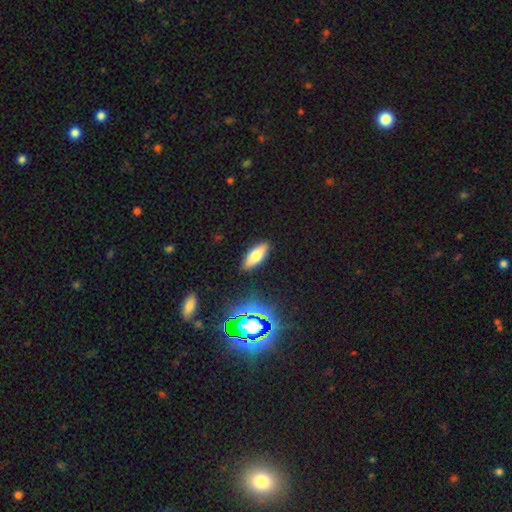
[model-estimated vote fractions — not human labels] Smooth or featured?
  - smooth: 65% *
  - featured or disk: 24%
  - star or artifact: 11%
How rounded?
  - in between: 70% *
  - cigar-shaped: 28%
  - round: 3%
Merging?
  - none: 88% *
  - minor disturbance: 8%
  - major disturbance: 2%
  - merger: 1%